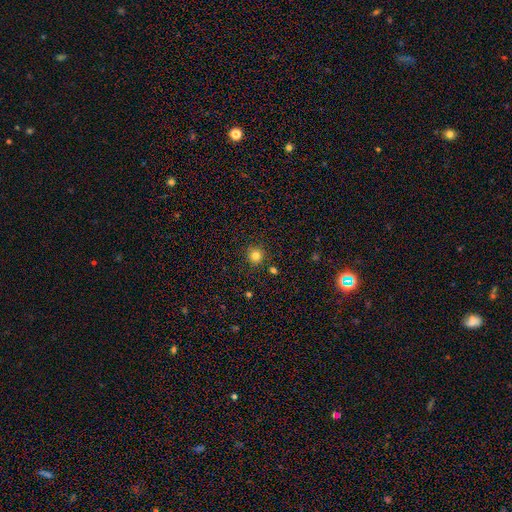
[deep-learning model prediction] This is likely a smooth galaxy (80%). How rounded: clearly round (94%). Merging: clearly none (89%).